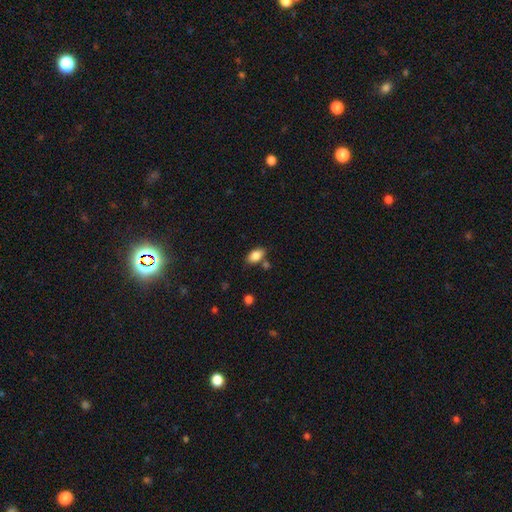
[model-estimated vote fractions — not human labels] A smooth galaxy with no disk features (84%) that is in between round and cigar-shaped (90%).

Vote fractions:
- Smooth or featured? smooth: 84% / featured or disk: 8% / star or artifact: 8%
- How rounded? in between: 90% / round: 6% / cigar-shaped: 3%
- Merging? none: 73% / minor disturbance: 15% / merger: 9% / major disturbance: 3%